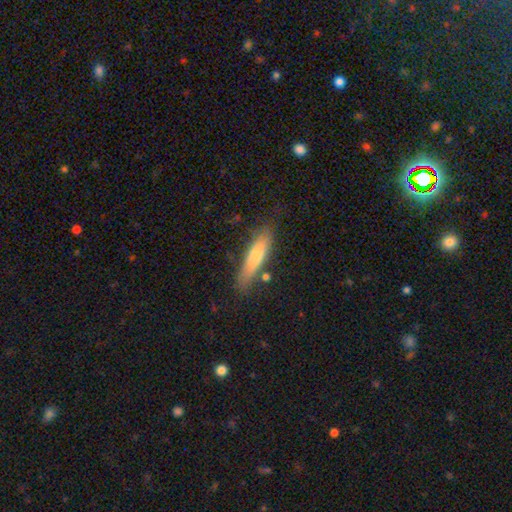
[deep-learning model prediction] A smooth galaxy with no disk features (73%) that is cigar-shaped (79%).

Vote fractions:
- Smooth or featured? smooth: 73% / featured or disk: 20% / star or artifact: 6%
- How rounded? cigar-shaped: 79% / in between: 19% / round: 2%
- Merging? none: 75% / minor disturbance: 17% / major disturbance: 4% / merger: 4%